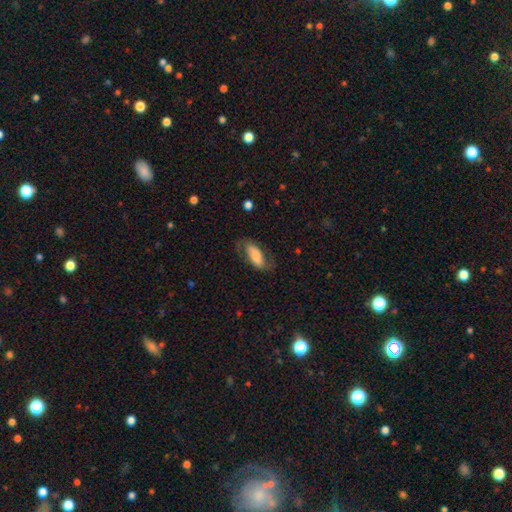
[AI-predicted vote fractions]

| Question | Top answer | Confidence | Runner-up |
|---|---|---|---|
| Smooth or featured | smooth | 51% | featured or disk (42%) |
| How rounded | in between | 84% | cigar-shaped (13%) |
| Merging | none | 64% | minor disturbance (21%) |